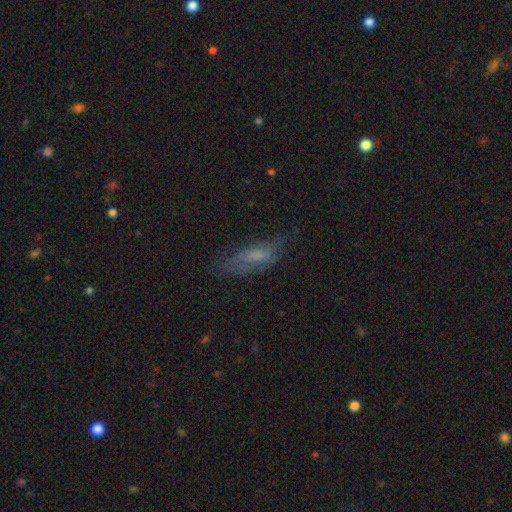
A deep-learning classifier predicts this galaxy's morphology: The model was most divided on "how rounded": in between: 55%, cigar-shaped: 42%, round: 3%. More confident: merging — none (56%); smooth or featured — smooth (51%).